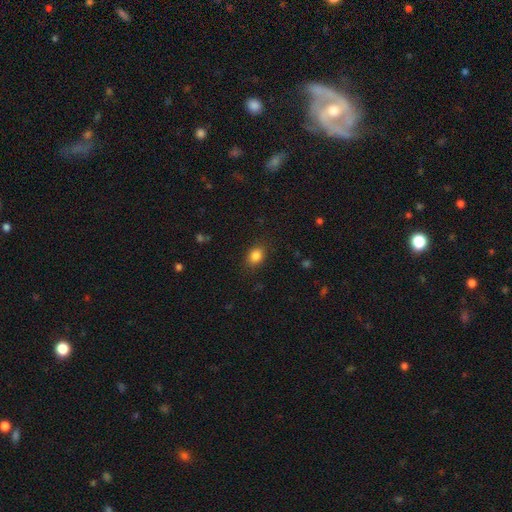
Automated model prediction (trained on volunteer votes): A smooth galaxy with no disk features (84%) that is in between round and cigar-shaped (63%). Merging: none (85%).